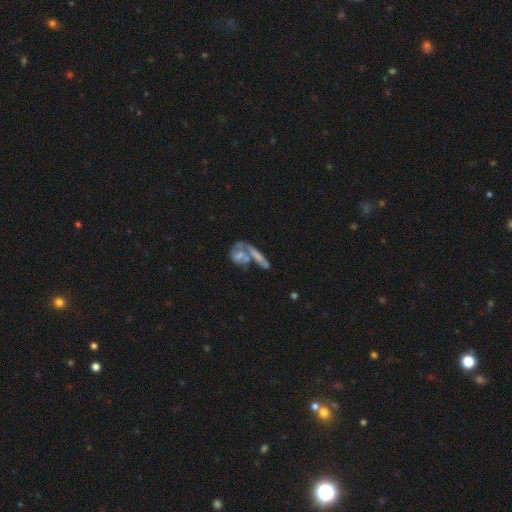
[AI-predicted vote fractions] Overall: featured or disk (45%; smooth 43%). Merging: merger (53%; none 29%).